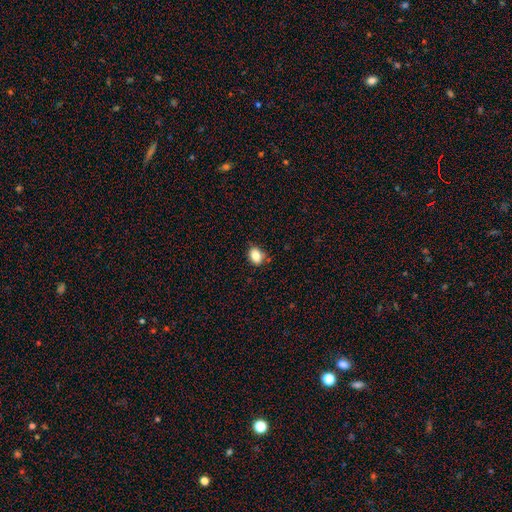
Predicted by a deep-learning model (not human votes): smooth-or-featured: smooth: 84% | star or artifact: 10% | featured or disk: 7%
  how-rounded: in between: 64% | round: 35% | cigar-shaped: 1%
  merging: none: 75% | minor disturbance: 18% | merger: 4% | major disturbance: 3%